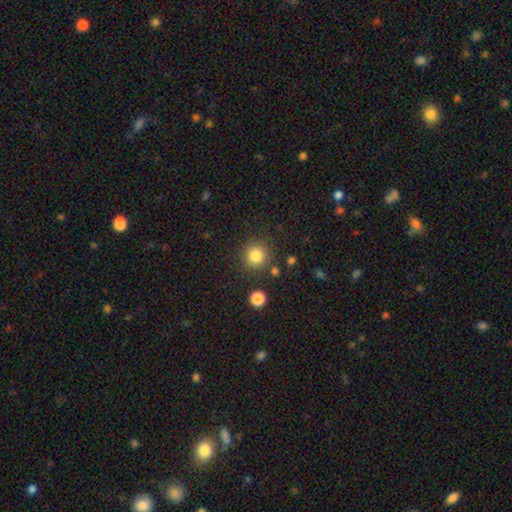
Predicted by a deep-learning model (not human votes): smooth-or-featured: smooth: 84% | star or artifact: 11% | featured or disk: 5%
  how-rounded: round: 92% | in between: 7% | cigar-shaped: 1%
  merging: none: 85% | minor disturbance: 8% | merger: 4% | major disturbance: 3%